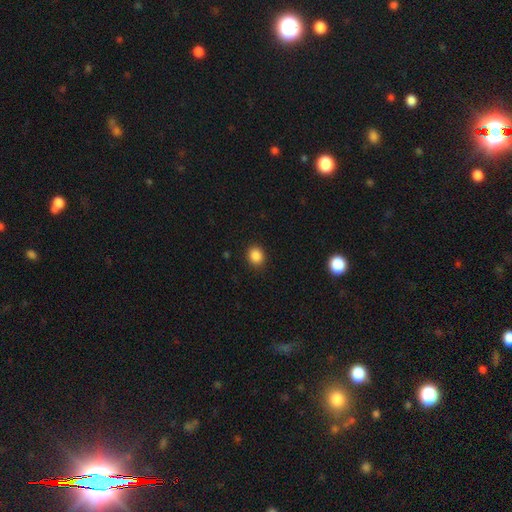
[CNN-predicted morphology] This appears to be a smooth galaxy with no disk features (87%) that is round (67%). Merging: none (89%).